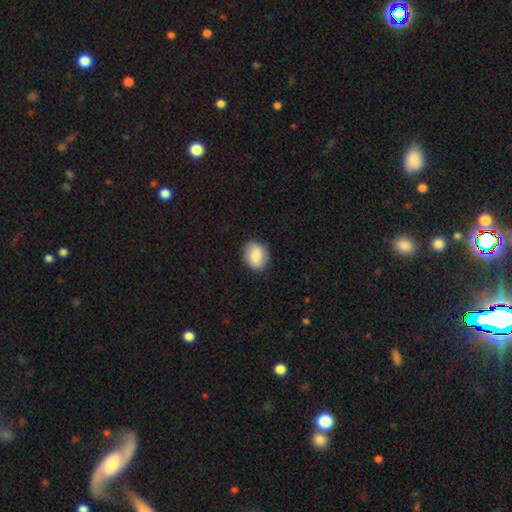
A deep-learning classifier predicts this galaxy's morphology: Smooth or featured? smooth (78%)
How rounded? in between (51%)
Merging? none (85%)